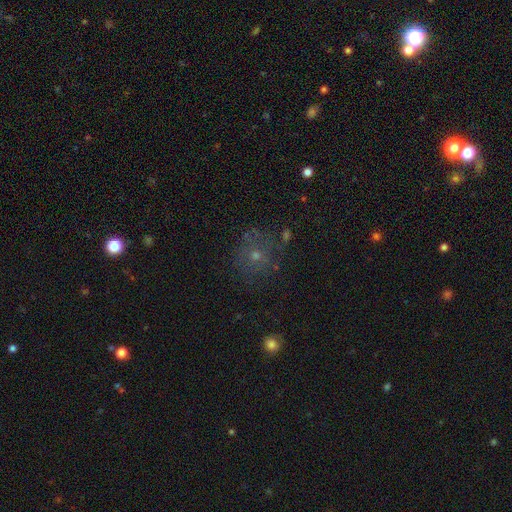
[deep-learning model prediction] This appears to be a smooth galaxy with no disk features (51%) that is round (86%). Merging: none (71%).